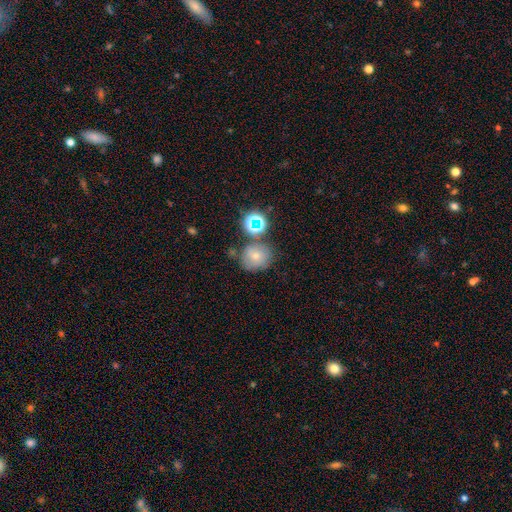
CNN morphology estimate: smooth 63%, star or artifact 19%, featured or disk 18%. Down the decision tree: how rounded — round (78%); merging — none (61%).